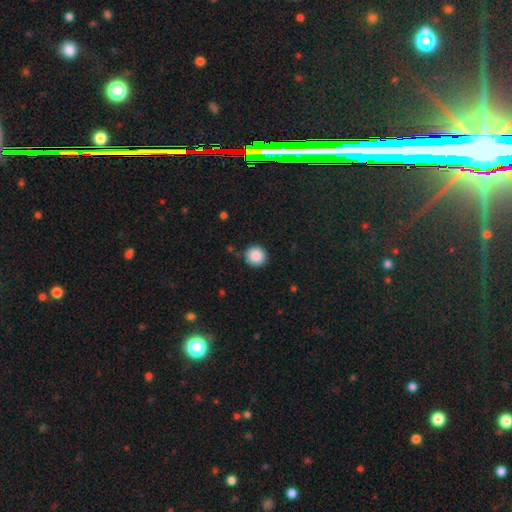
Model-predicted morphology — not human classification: smooth_or_featured: smooth (p=0.88) [alt: star or artifact p=0.09]
how_rounded: round (p=0.93) [alt: in between p=0.06]
merging: none (p=0.90) [alt: minor disturbance p=0.07]